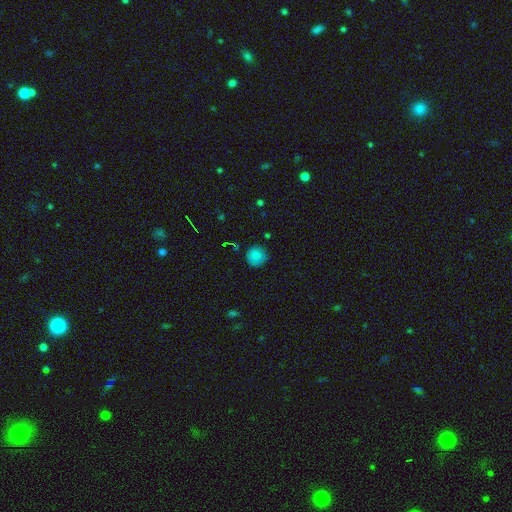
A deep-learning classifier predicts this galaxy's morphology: smooth-or-featured: smooth: 83% | star or artifact: 11% | featured or disk: 6%
  how-rounded: round: 93% | in between: 6% | cigar-shaped: 1%
  merging: none: 82% | minor disturbance: 14% | major disturbance: 3% | merger: 2%